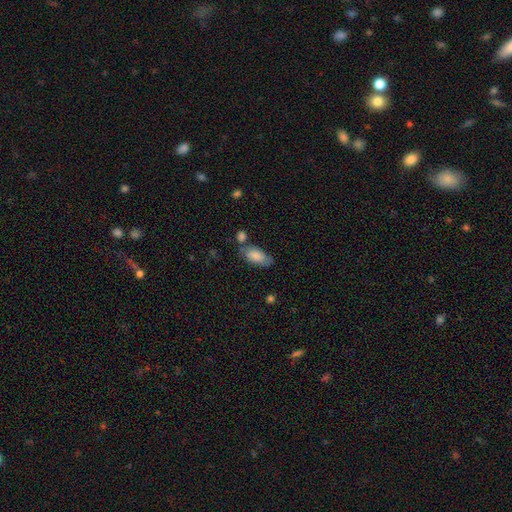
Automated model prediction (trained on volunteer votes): Smooth or featured: smooth — 78% (featured or disk — 15%)
How rounded: in between — 90% (cigar-shaped — 7%)
Merging: none — 54% (minor disturbance — 24%)